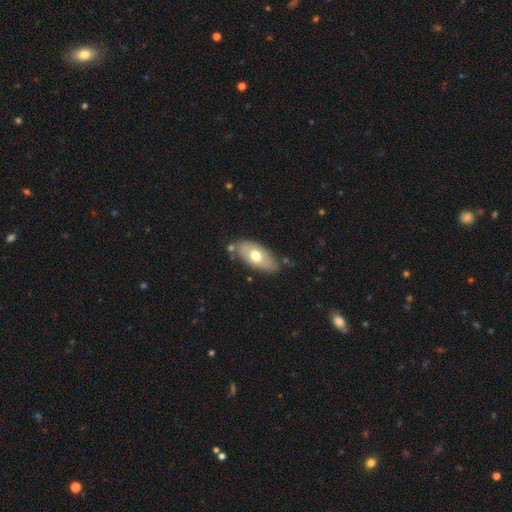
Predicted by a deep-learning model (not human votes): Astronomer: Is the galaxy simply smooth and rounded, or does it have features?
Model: smooth — 60%.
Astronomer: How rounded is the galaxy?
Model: in between — 89%.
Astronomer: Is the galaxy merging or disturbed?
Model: none — 71%.